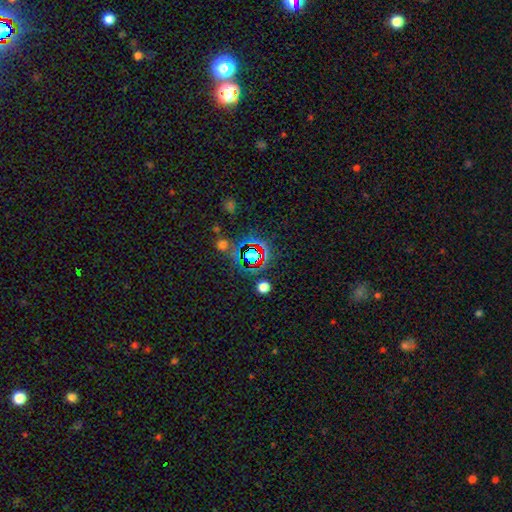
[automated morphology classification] star or artifact 69%, smooth 20%, featured or disk 11%.